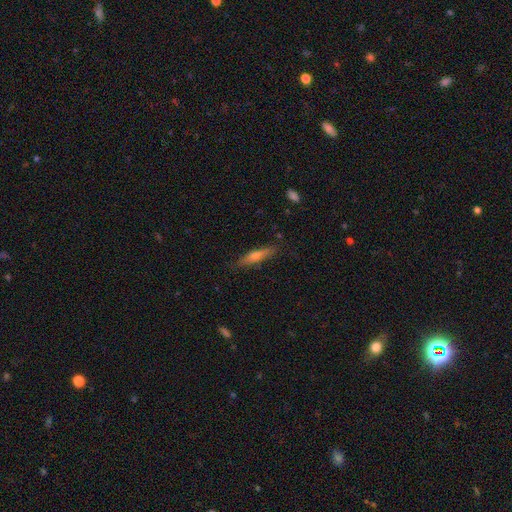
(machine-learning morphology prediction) Overall: smooth (48%; featured or disk 45%). Merging: none (85%).